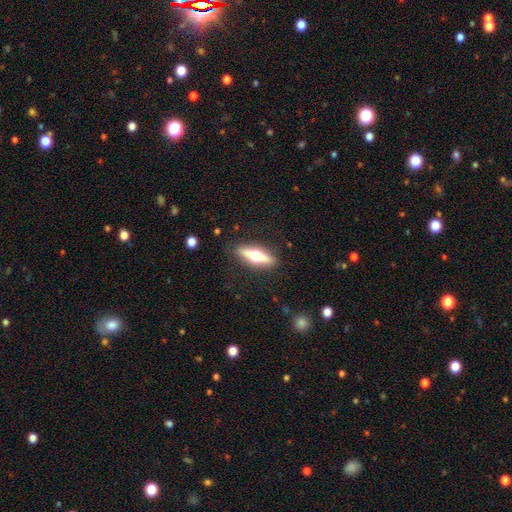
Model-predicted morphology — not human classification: type=featured or disk (54%); edge-on=yes (90%); merging=none (87%).